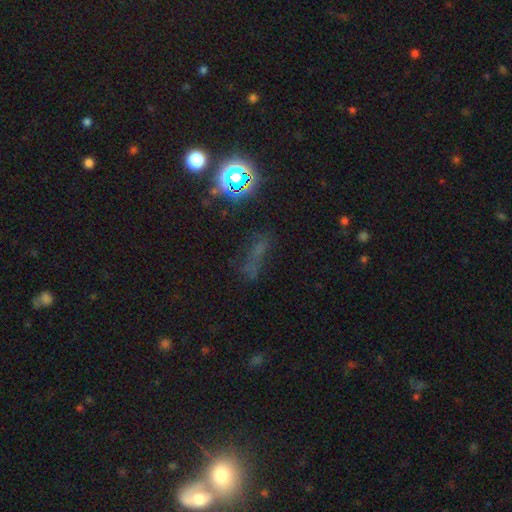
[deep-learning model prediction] Overall: star or artifact (48%; smooth 34%).